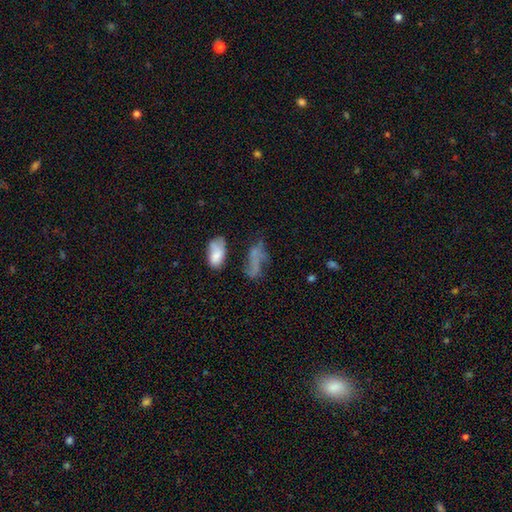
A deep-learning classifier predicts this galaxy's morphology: A smooth galaxy with no disk features (41%).

Vote fractions:
- Smooth or featured? smooth: 41% / featured or disk: 40% / star or artifact: 19%
- Merging? none: 36% / major disturbance: 25% / minor disturbance: 21% / merger: 19%